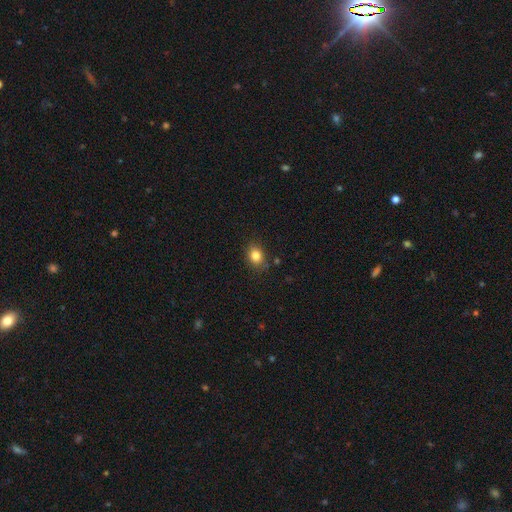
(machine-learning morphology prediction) A smooth galaxy with no disk features (83%) that is round (52%). Merging: none (81%).